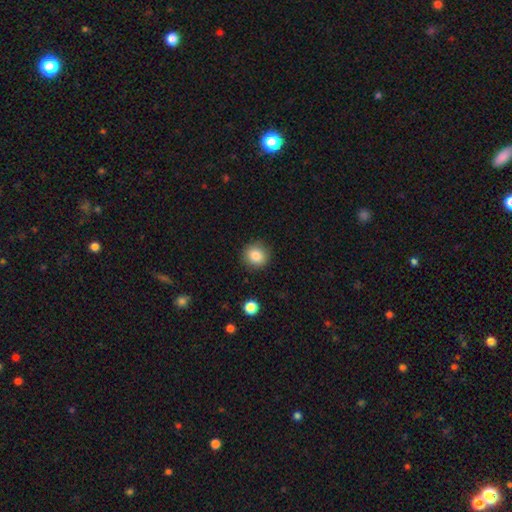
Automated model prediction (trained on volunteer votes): Smooth or featured: smooth — 85% (star or artifact — 10%)
How rounded: round — 91% (in between — 8%)
Merging: none — 90% (minor disturbance — 7%)